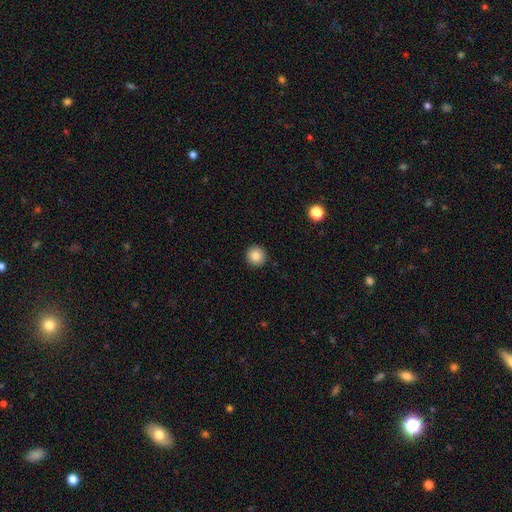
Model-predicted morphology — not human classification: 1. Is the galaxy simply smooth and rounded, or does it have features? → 87% smooth, 9% star or artifact, 4% featured or disk.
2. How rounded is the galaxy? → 95% round, 4% in between, 1% cigar-shaped.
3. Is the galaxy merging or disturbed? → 93% none, 5% minor disturbance, 2% major disturbance, 1% merger.